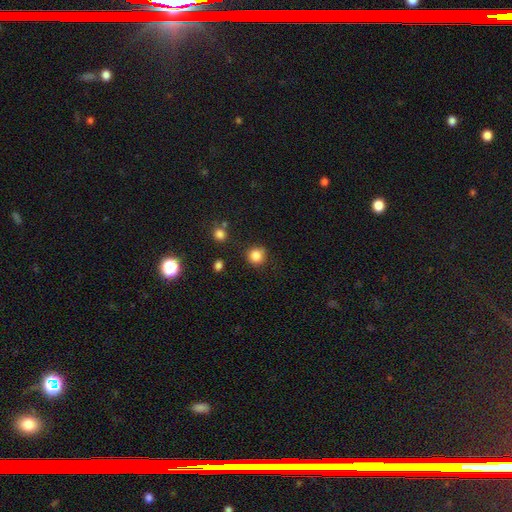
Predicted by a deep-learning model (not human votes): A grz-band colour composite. It shows a smooth galaxy with no disk features (83%) that is round (90%). Merging: none (82%).